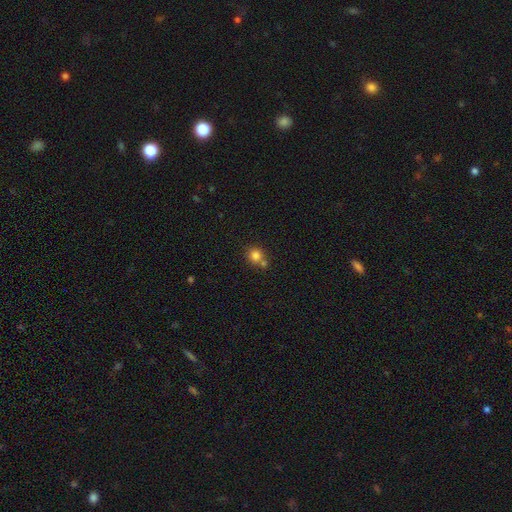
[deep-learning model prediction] Smooth or featured? Predicted: smooth (p=0.82). How rounded? Predicted: round (p=0.87). Merging? Predicted: none (p=0.60).